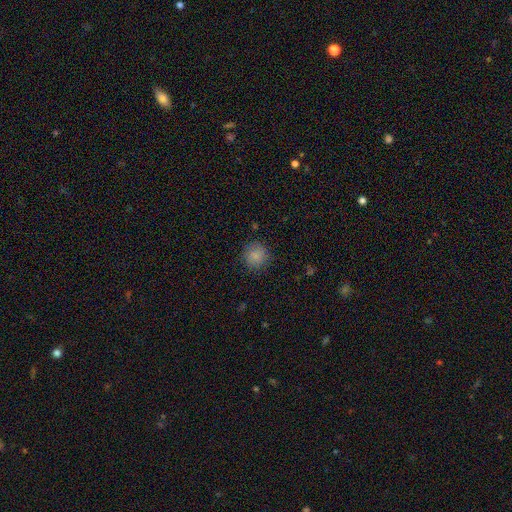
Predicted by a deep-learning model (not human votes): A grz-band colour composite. It shows a smooth galaxy with no disk features (85%) that is round (92%). Merging: none (86%).